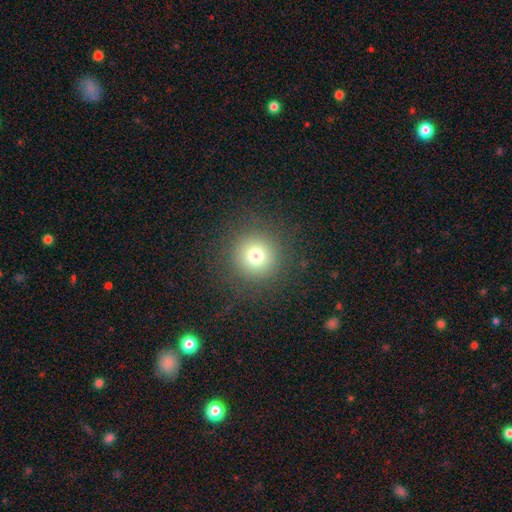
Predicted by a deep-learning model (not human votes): Smooth or featured? Predicted: smooth (p=0.75). How rounded? Predicted: round (p=0.95). Merging? Predicted: none (p=0.88).